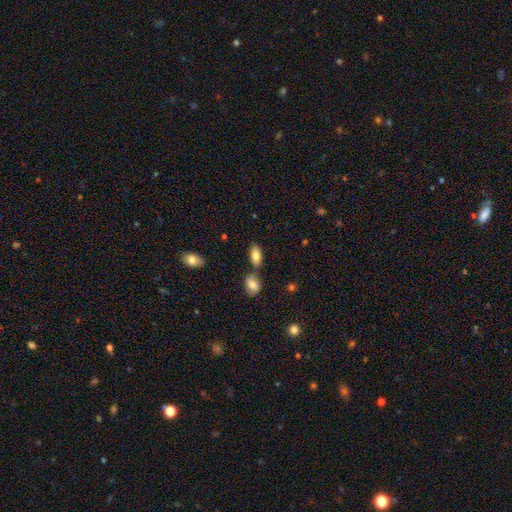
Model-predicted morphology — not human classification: This appears to be a smooth galaxy with no disk features (84%) that is in between round and cigar-shaped (91%). Merging: none (69%).